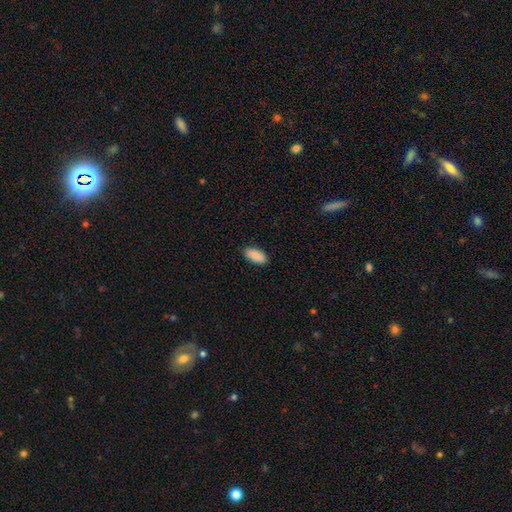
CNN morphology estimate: smooth 90%, star or artifact 6%, featured or disk 4%. Down the decision tree: how rounded — in between (91%); merging — none (89%).